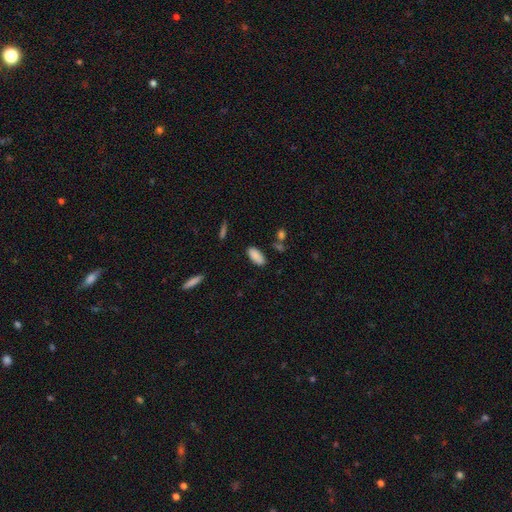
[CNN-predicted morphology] Smooth or featured? Predicted: smooth (p=0.87). How rounded? Predicted: in between (p=0.88). Merging? Predicted: none (p=0.83).